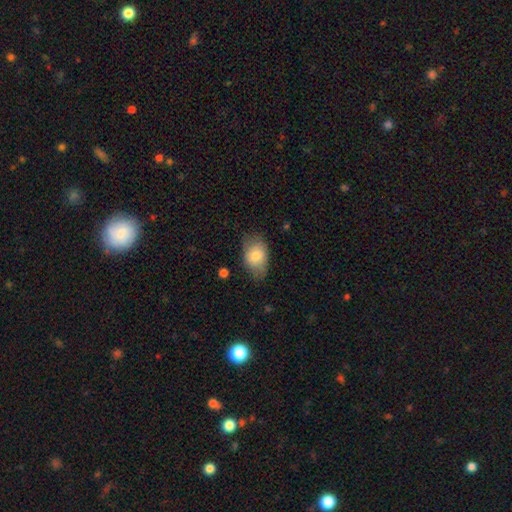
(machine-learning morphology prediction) smooth-or-featured: smooth: 77% | featured or disk: 16% | star or artifact: 7%
  how-rounded: in between: 84% | round: 15% | cigar-shaped: 1%
  merging: none: 68% | minor disturbance: 25% | major disturbance: 6% | merger: 1%